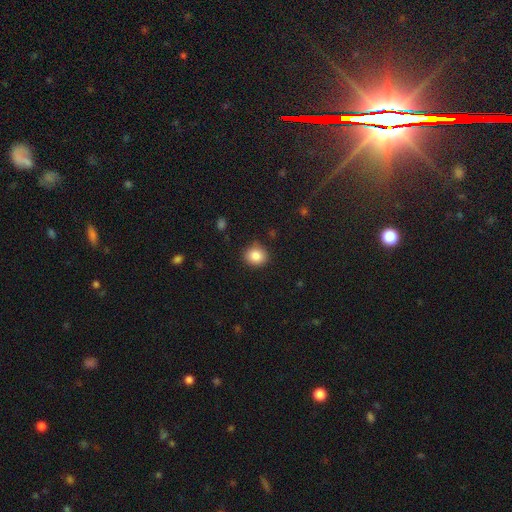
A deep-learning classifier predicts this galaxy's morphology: Smooth or featured?
  - smooth: 86% *
  - star or artifact: 9%
  - featured or disk: 5%
How rounded?
  - round: 81% *
  - in between: 18%
  - cigar-shaped: 1%
Merging?
  - none: 87% *
  - minor disturbance: 9%
  - major disturbance: 2%
  - merger: 1%